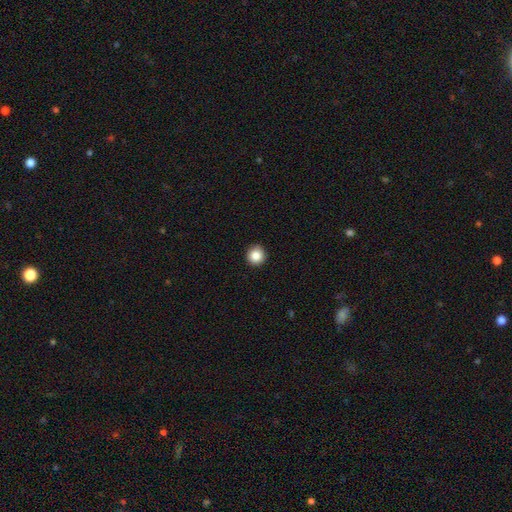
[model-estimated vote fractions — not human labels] Smooth or featured?
  - smooth: 86% *
  - star or artifact: 10%
  - featured or disk: 4%
How rounded?
  - round: 95% *
  - in between: 4%
  - cigar-shaped: 1%
Merging?
  - none: 93% *
  - minor disturbance: 5%
  - major disturbance: 1%
  - merger: 1%